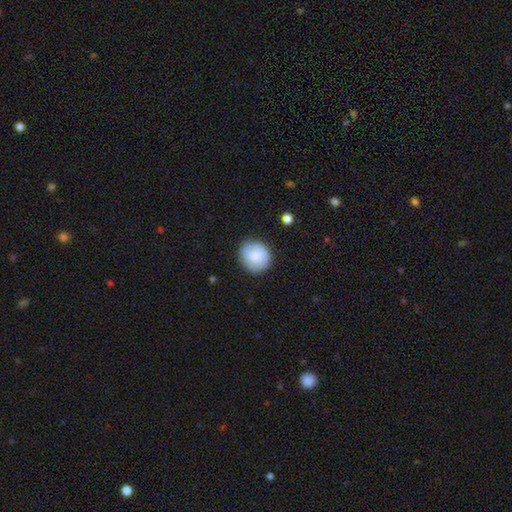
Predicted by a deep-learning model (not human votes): A smooth galaxy with no disk features (78%) that is round (87%).

Vote fractions:
- Smooth or featured? smooth: 78% / featured or disk: 15% / star or artifact: 7%
- How rounded? round: 87% / in between: 12% / cigar-shaped: 1%
- Merging? none: 83% / minor disturbance: 13% / major disturbance: 3% / merger: 1%